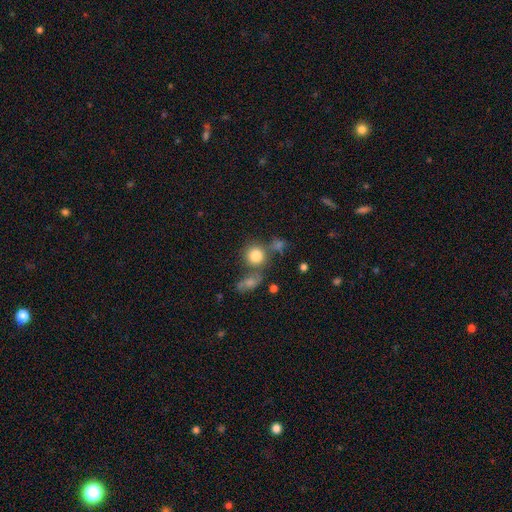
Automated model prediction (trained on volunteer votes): Smooth or featured?
  - smooth: 81% *
  - star or artifact: 11%
  - featured or disk: 9%
How rounded?
  - round: 88% *
  - in between: 11%
  - cigar-shaped: 1%
Merging?
  - none: 62% *
  - merger: 20%
  - minor disturbance: 12%
  - major disturbance: 6%